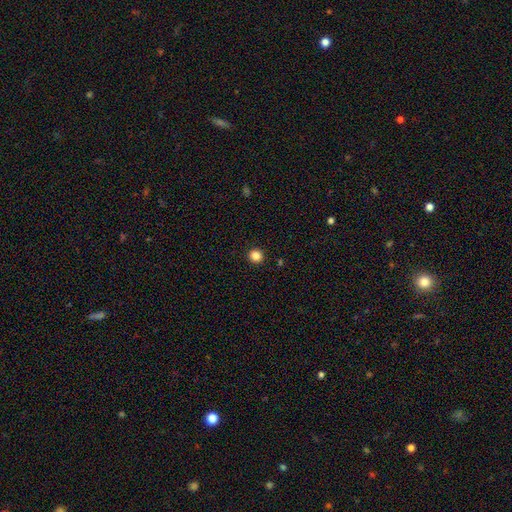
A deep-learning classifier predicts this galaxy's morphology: This is clearly a smooth galaxy (86%). How rounded: clearly round (92%). Merging: clearly none (93%).